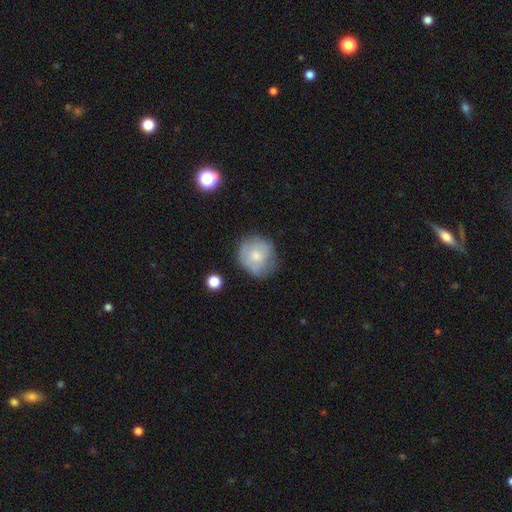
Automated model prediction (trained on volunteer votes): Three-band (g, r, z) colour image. It shows a smooth galaxy with no disk features (63%) that is round (82%). Merging: none (61%).